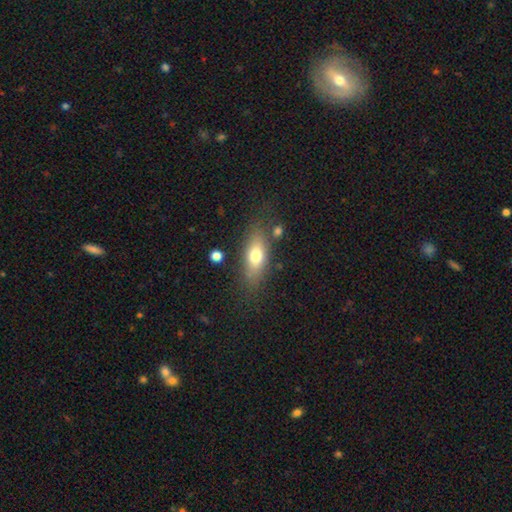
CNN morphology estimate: type=smooth (70%); roundness=in between (73%); merging=none (74%).